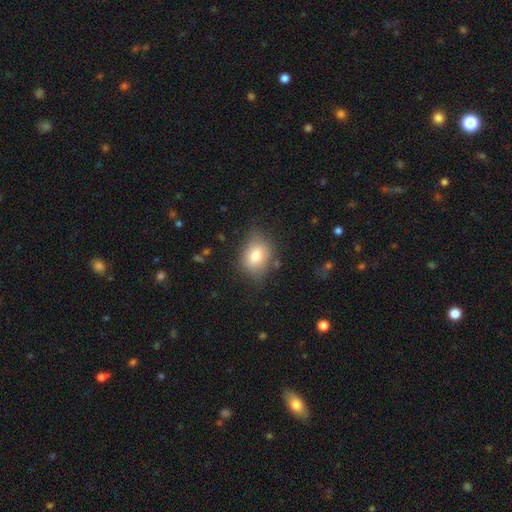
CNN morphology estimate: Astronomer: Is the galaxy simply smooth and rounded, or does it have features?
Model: smooth — 78%.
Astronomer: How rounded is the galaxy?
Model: in between — 68%.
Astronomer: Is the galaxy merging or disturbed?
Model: none — 70%.